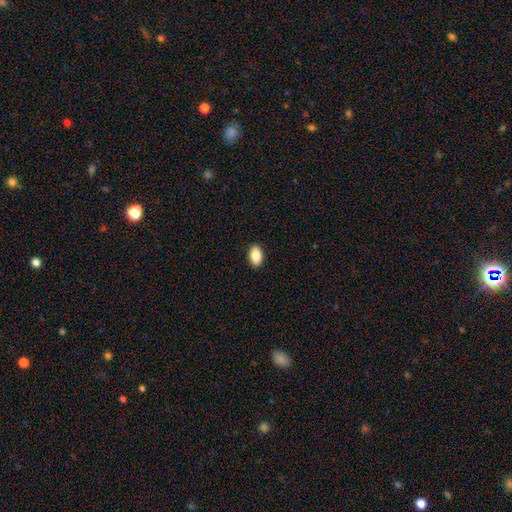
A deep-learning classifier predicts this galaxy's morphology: Smooth or featured? Predicted: smooth (p=0.86). How rounded? Predicted: in between (p=0.92). Merging? Predicted: none (p=0.90).